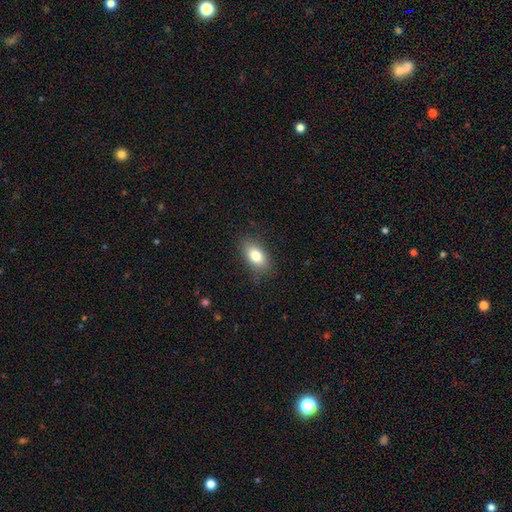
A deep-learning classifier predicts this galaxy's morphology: smooth-or-featured: smooth: 82% | featured or disk: 10% | star or artifact: 8%
  how-rounded: in between: 90% | round: 7% | cigar-shaped: 3%
  merging: none: 84% | minor disturbance: 12% | major disturbance: 3% | merger: 1%